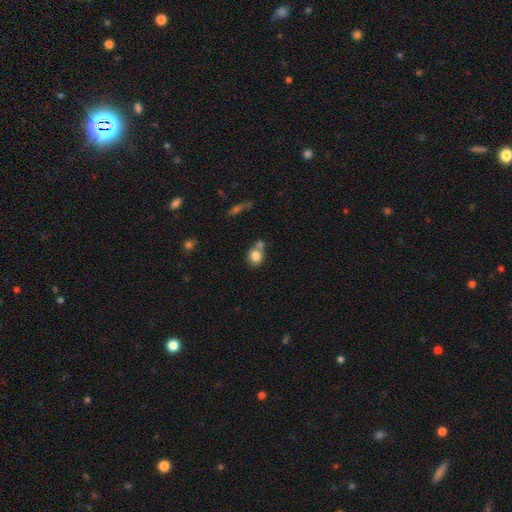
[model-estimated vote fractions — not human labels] Overall: smooth (81%). How rounded: round (71%). Merging: none (49%; merger 36%).